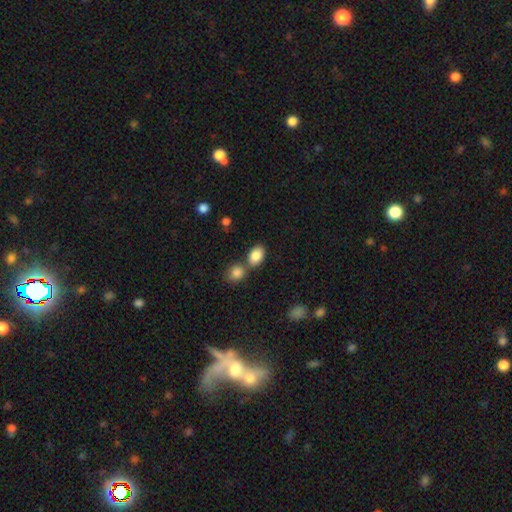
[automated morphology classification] A smooth galaxy with no disk features (86%) that is in between round and cigar-shaped (85%).

Vote fractions:
- Smooth or featured? smooth: 86% / star or artifact: 8% / featured or disk: 6%
- How rounded? in between: 85% / round: 14% / cigar-shaped: 2%
- Merging? none: 51% / merger: 36% / minor disturbance: 10% / major disturbance: 3%